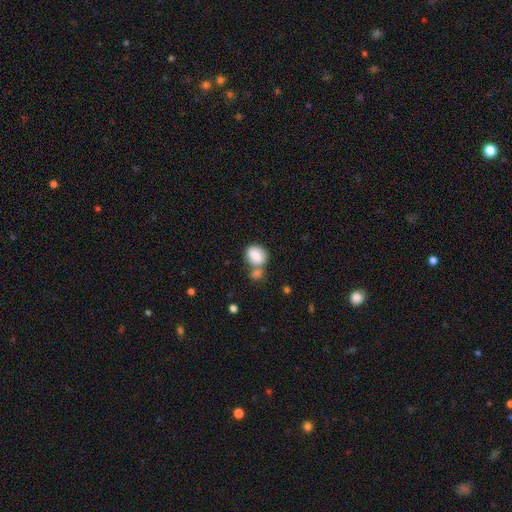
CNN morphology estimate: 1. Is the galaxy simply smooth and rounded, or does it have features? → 83% smooth, 10% featured or disk, 7% star or artifact.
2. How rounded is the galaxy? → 54% round, 45% in between, 1% cigar-shaped.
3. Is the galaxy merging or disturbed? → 42% none, 40% merger, 13% minor disturbance, 5% major disturbance.